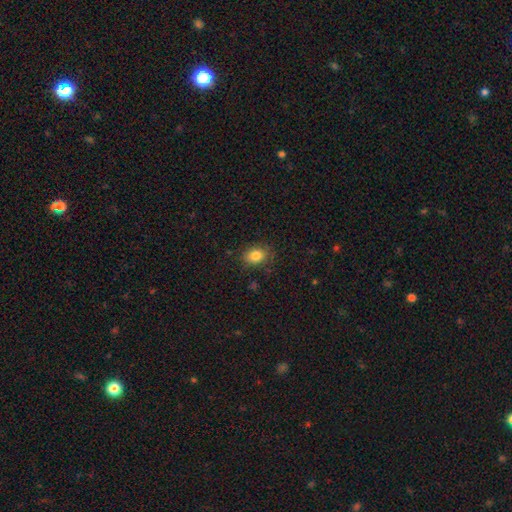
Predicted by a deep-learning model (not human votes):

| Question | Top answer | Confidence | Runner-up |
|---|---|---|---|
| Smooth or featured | smooth | 84% | star or artifact (10%) |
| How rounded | in between | 64% | round (35%) |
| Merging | none | 82% | minor disturbance (13%) |